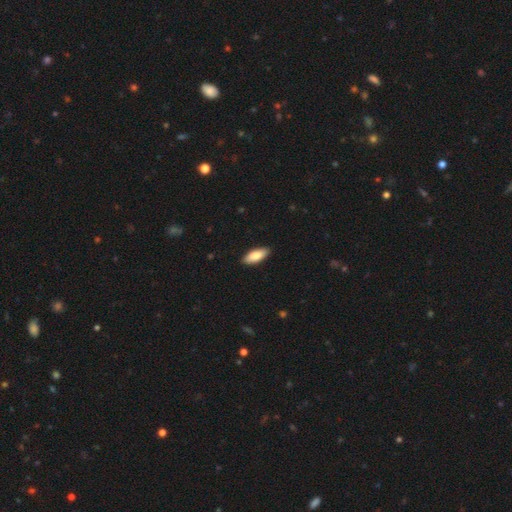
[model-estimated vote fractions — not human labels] Smooth or featured: smooth — 84% (featured or disk — 10%)
How rounded: in between — 80% (cigar-shaped — 18%)
Merging: none — 89% (minor disturbance — 9%)